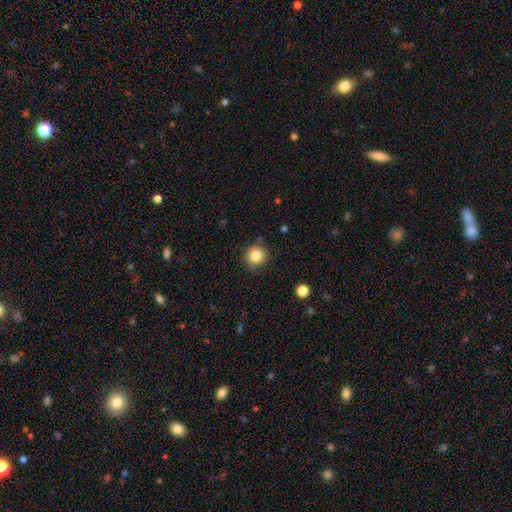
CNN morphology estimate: A smooth galaxy with no disk features (83%) that is round (92%).

Vote fractions:
- Smooth or featured? smooth: 83% / star or artifact: 11% / featured or disk: 6%
- How rounded? round: 92% / in between: 7% / cigar-shaped: 1%
- Merging? none: 86% / minor disturbance: 10% / major disturbance: 2% / merger: 2%